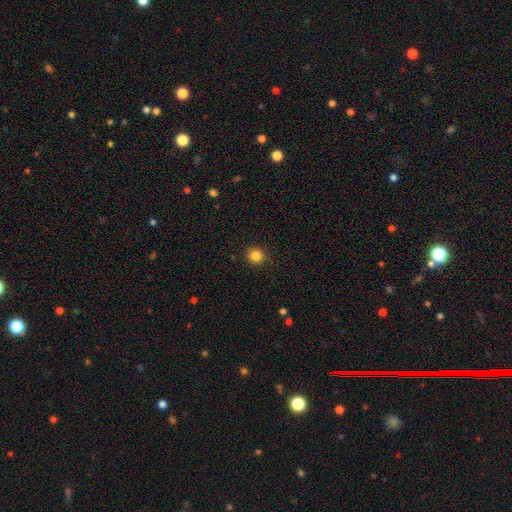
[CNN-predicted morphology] type=smooth (85%); roundness=round (91%); merging=none (91%).